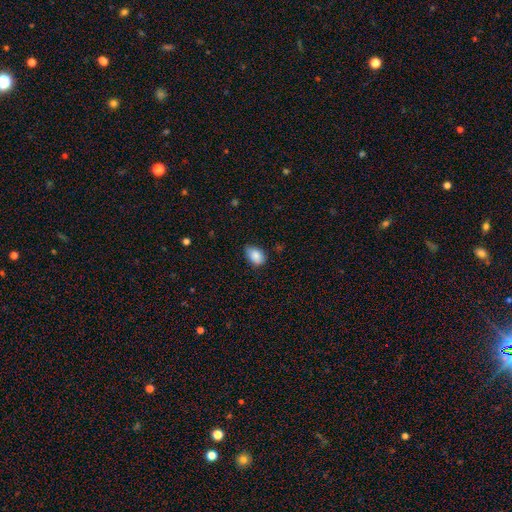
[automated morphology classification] smooth 87%, star or artifact 8%, featured or disk 5%. Down the decision tree: how rounded — in between (83%); merging — none (65%).